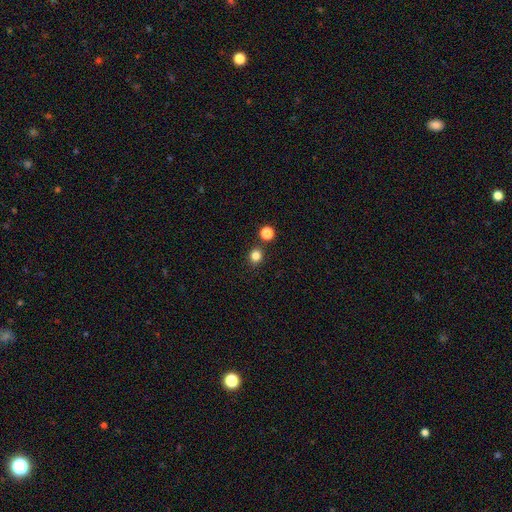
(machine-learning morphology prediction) The model was most divided on "how rounded": round: 81%, in between: 18%, cigar-shaped: 1%. More confident: merging — none (82%); smooth or featured — smooth (82%).